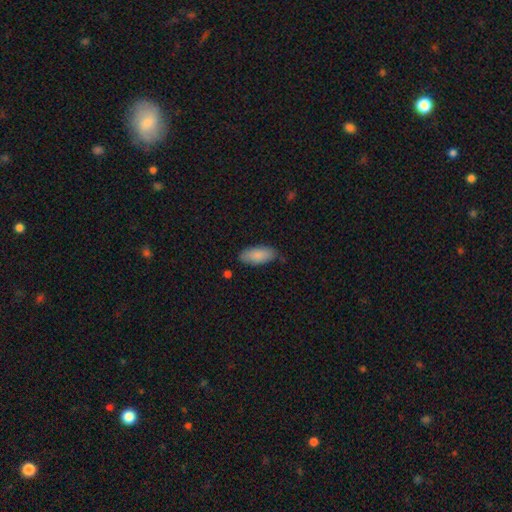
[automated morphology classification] Smooth or featured?
  - smooth: 87% *
  - featured or disk: 7%
  - star or artifact: 6%
How rounded?
  - in between: 88% *
  - cigar-shaped: 11%
  - round: 2%
Merging?
  - none: 77% *
  - minor disturbance: 18%
  - major disturbance: 3%
  - merger: 2%